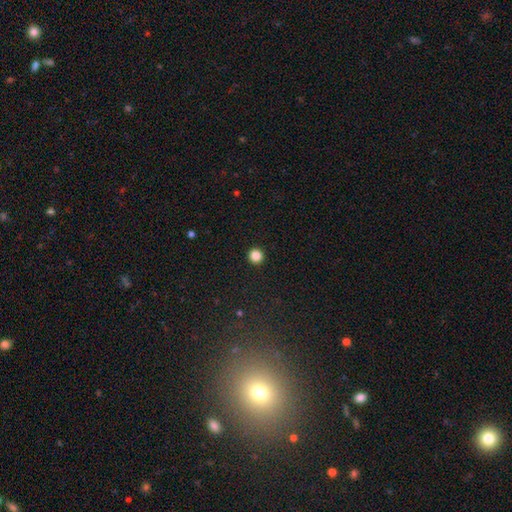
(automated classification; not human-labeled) Smooth or featured? smooth (86%)
How rounded? round (96%)
Merging? none (94%)